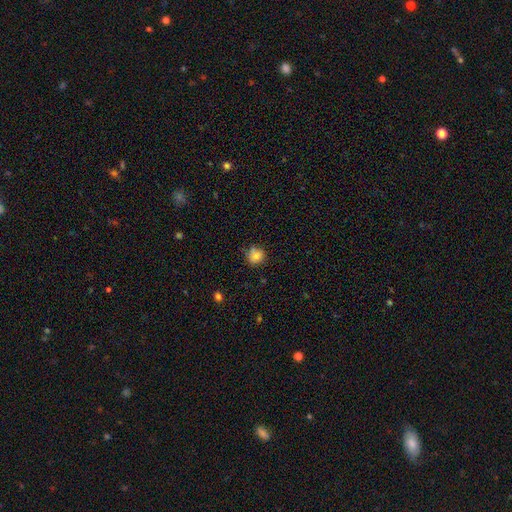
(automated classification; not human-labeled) A smooth galaxy with no disk features (80%) that is round (82%). Merging: none (69%).